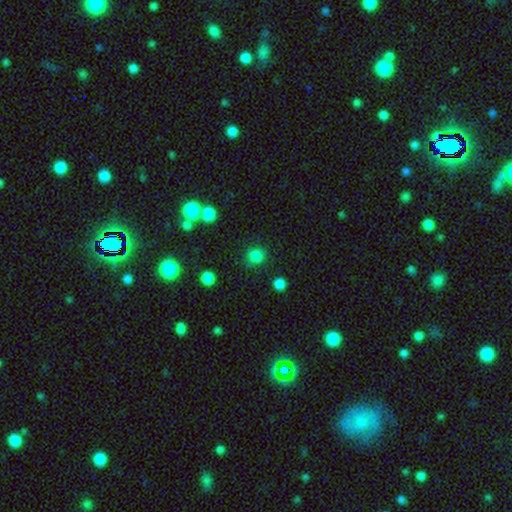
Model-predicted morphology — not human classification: This appears to be a smooth galaxy with no disk features (82%) that is round (90%). Merging: none (82%).